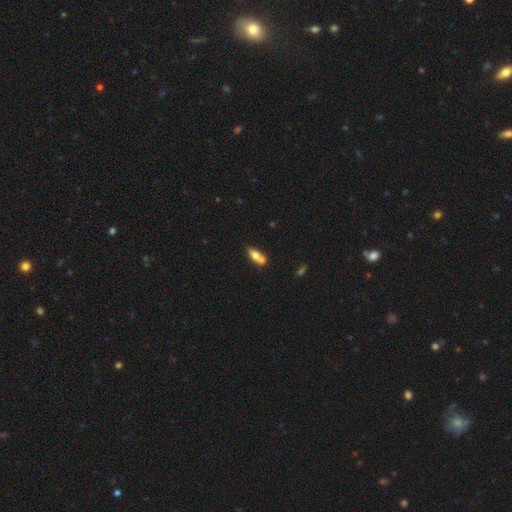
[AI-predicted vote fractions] smooth_or_featured: smooth (p=0.64) [alt: featured or disk p=0.29]
how_rounded: in between (p=0.72) [alt: cigar-shaped p=0.23]
merging: merger (p=0.44) [alt: none p=0.39]